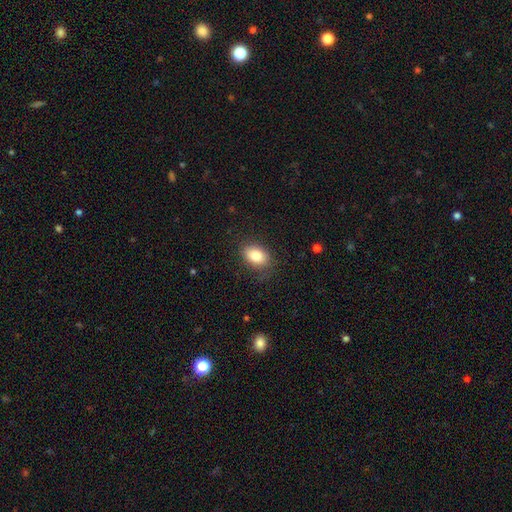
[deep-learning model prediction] This is clearly a smooth galaxy (83%). How rounded: clearly in between (83%). Merging: clearly none (81%).